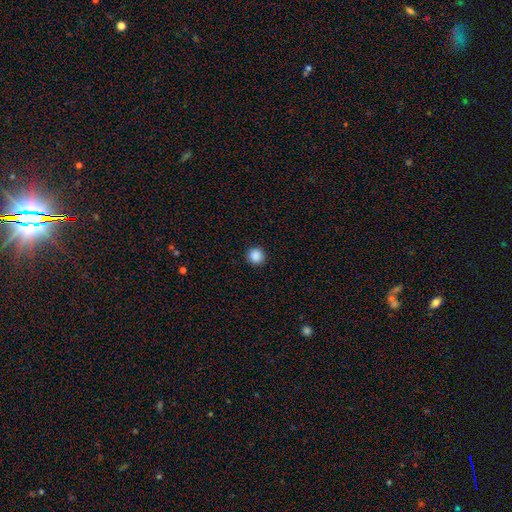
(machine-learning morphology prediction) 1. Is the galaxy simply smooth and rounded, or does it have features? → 88% smooth, 10% star or artifact, 2% featured or disk.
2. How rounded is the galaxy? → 95% round, 4% in between, 1% cigar-shaped.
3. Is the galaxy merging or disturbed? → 93% none, 5% minor disturbance, 2% major disturbance, 1% merger.